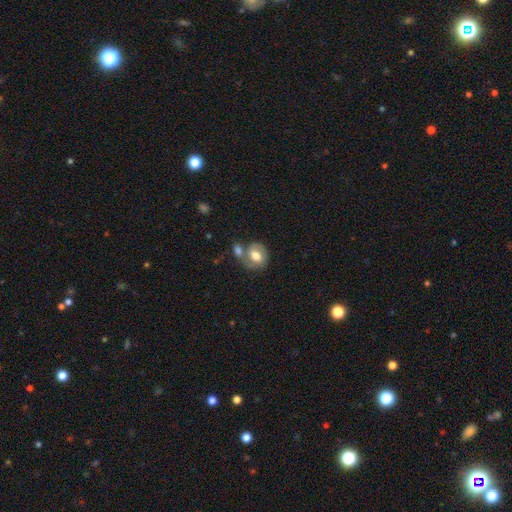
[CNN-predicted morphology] A smooth galaxy with no disk features (49%).

Vote fractions:
- Smooth or featured? smooth: 49% / featured or disk: 44% / star or artifact: 8%
- Merging? none: 42% / merger: 35% / minor disturbance: 15% / major disturbance: 8%